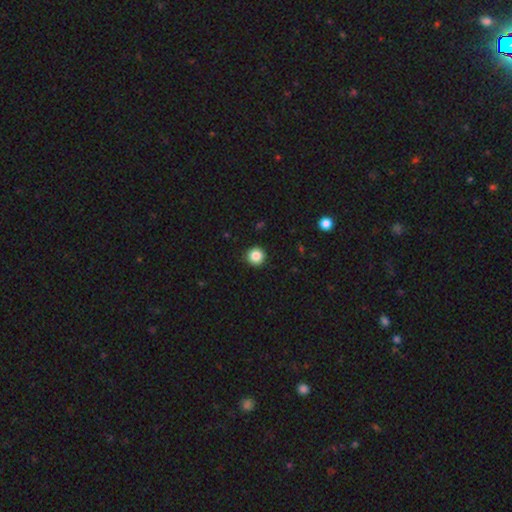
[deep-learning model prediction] Smooth or featured? smooth (86%)
How rounded? round (96%)
Merging? none (92%)